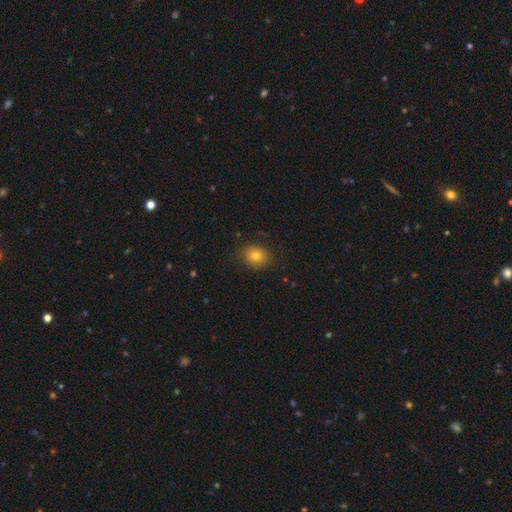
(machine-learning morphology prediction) The model was most divided on "how rounded": round: 64%, in between: 35%, cigar-shaped: 1%. More confident: merging — none (86%); smooth or featured — smooth (79%).